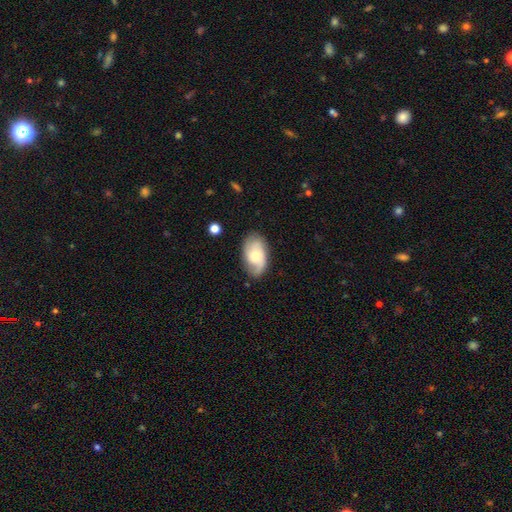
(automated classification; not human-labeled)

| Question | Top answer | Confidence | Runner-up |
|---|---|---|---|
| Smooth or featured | featured or disk | 55% | smooth (39%) |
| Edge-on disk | no | 94% | yes (6%) |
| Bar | no | 72% | weak (24%) |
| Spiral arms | yes | 86% | no (14%) |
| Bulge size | moderate | 49% | small (43%) |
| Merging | none | 74% | minor disturbance (19%) |